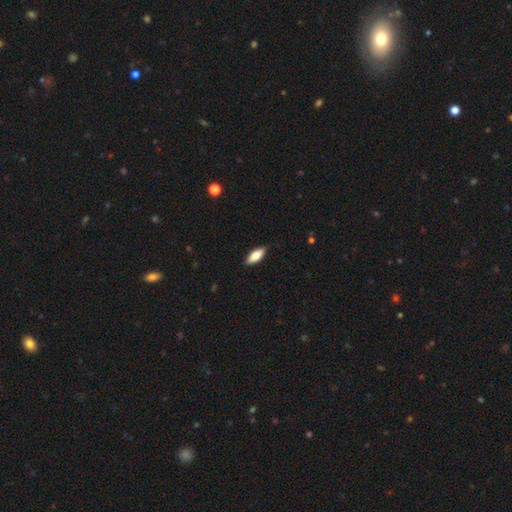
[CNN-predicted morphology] A smooth galaxy with no disk features (75%) that is in between round and cigar-shaped (75%).

Vote fractions:
- Smooth or featured? smooth: 75% / featured or disk: 19% / star or artifact: 6%
- How rounded? in between: 75% / cigar-shaped: 23% / round: 2%
- Merging? none: 85% / minor disturbance: 12% / major disturbance: 2% / merger: 1%